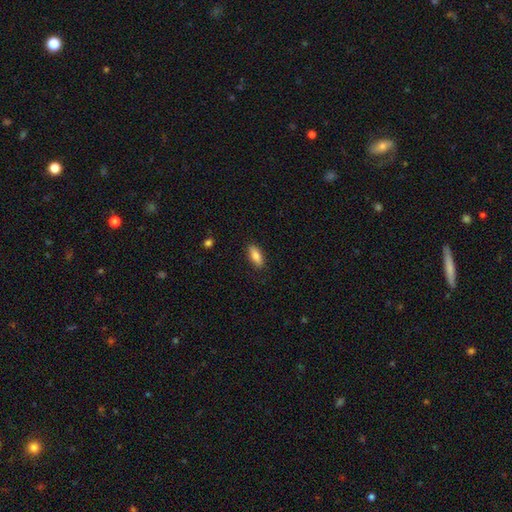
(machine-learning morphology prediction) smooth_or_featured: smooth (p=0.83) [alt: featured or disk p=0.10]
how_rounded: in between (p=0.75) [alt: cigar-shaped p=0.22]
merging: none (p=0.87) [alt: minor disturbance p=0.10]